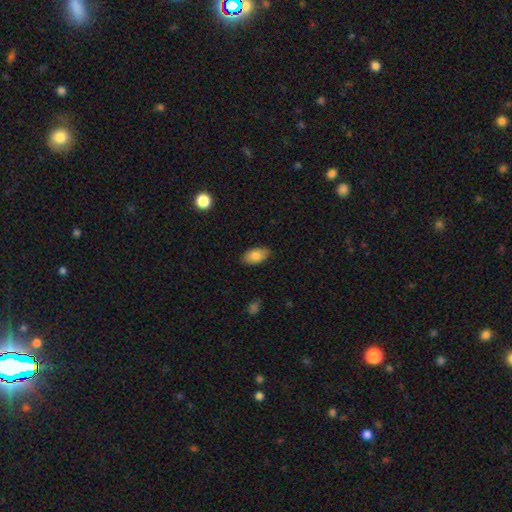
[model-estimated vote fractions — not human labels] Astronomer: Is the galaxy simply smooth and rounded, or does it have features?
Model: smooth — 83%.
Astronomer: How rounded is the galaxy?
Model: in between — 94%.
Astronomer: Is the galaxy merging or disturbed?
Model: none — 86%.